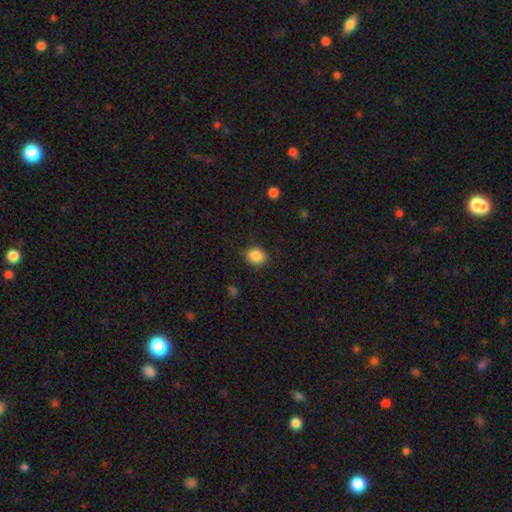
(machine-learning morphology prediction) Smooth or featured? smooth (87%)
How rounded? round (64%)
Merging? none (83%)